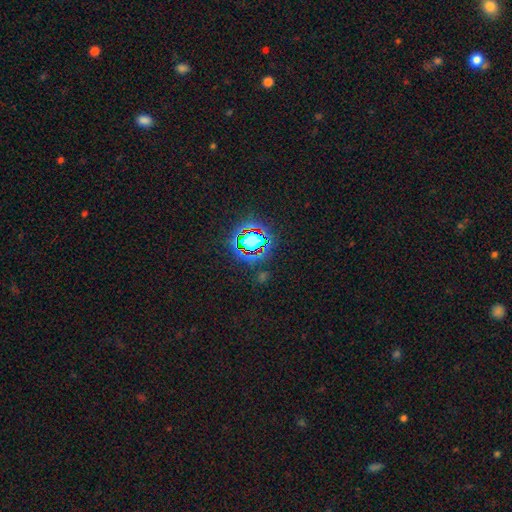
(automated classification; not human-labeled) This appears to be a star or artifact, not a galaxy (82%).